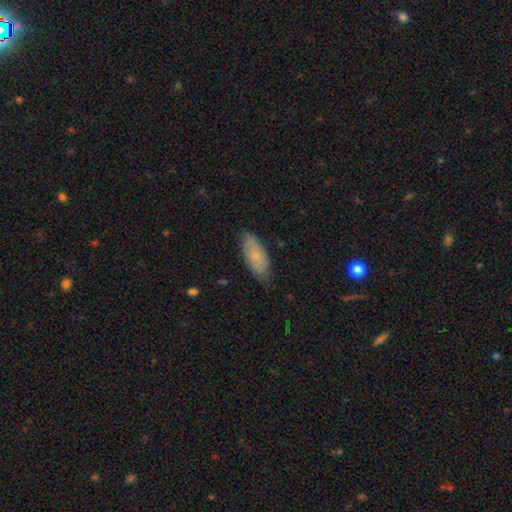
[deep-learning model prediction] Smooth or featured?
  - smooth: 64% *
  - featured or disk: 29%
  - star or artifact: 7%
How rounded?
  - in between: 83% *
  - cigar-shaped: 15%
  - round: 2%
Merging?
  - none: 75% *
  - minor disturbance: 20%
  - major disturbance: 4%
  - merger: 1%